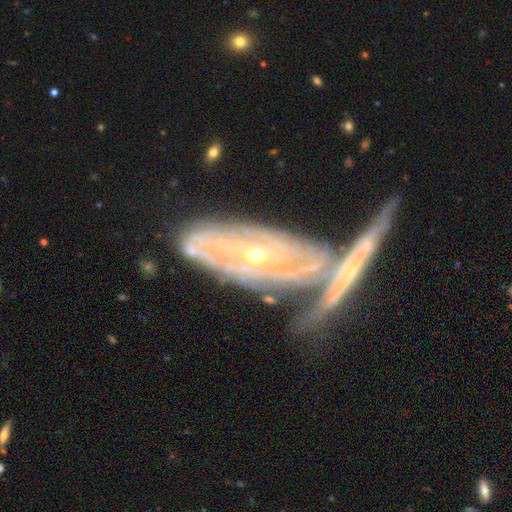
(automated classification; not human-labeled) Smooth or featured? Predicted: featured or disk (p=0.85). Edge-on disk? Predicted: no (p=0.84). Bar? Predicted: no (p=0.64). Spiral arms? Predicted: yes (p=0.89). Spiral winding? Predicted: tight (p=0.74). Spiral arm count? Predicted: can't tell (p=0.48). Bulge size? Predicted: small (p=0.57). Merging? Predicted: none (p=0.42).